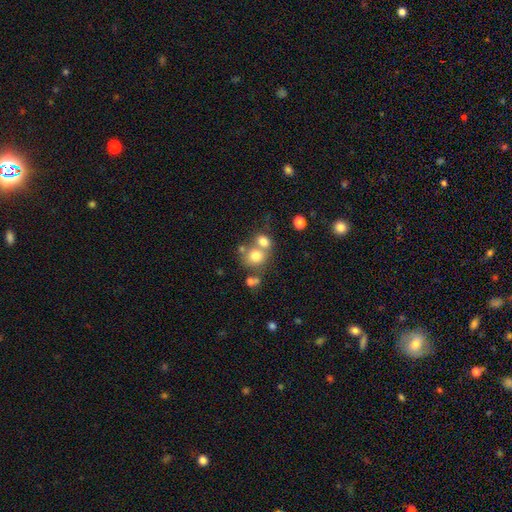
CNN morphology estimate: smooth_or_featured: smooth (p=0.74) [alt: featured or disk p=0.14]
how_rounded: round (p=0.69) [alt: in between p=0.30]
merging: merger (p=0.46) [alt: none p=0.40]